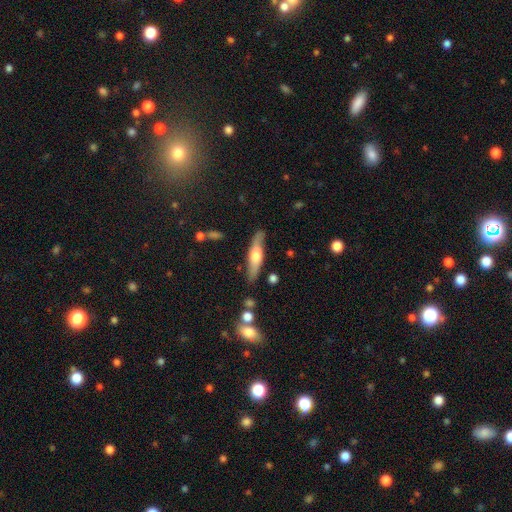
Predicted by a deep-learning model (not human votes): Overall: featured or disk (49%; smooth 46%). Merging: none (81%).